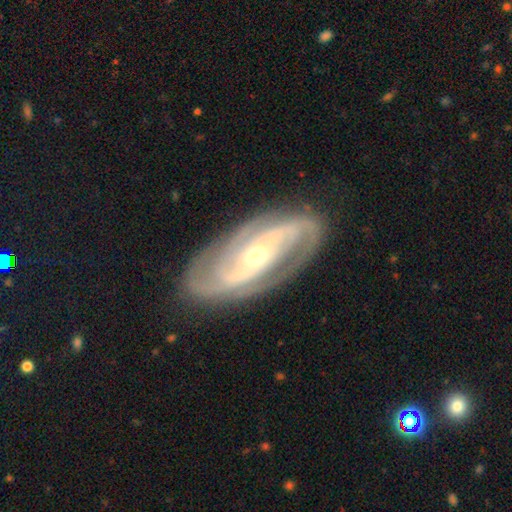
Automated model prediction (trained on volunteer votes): Smooth or featured? Predicted: featured or disk (p=0.89). Edge-on disk? Predicted: no (p=0.94). Bar? Predicted: no (p=0.43). Spiral arms? Predicted: yes (p=0.97). Spiral winding? Predicted: tight (p=0.51). Spiral arm count? Predicted: 2 (p=0.66). Bulge size? Predicted: small (p=0.51). Merging? Predicted: none (p=0.82).